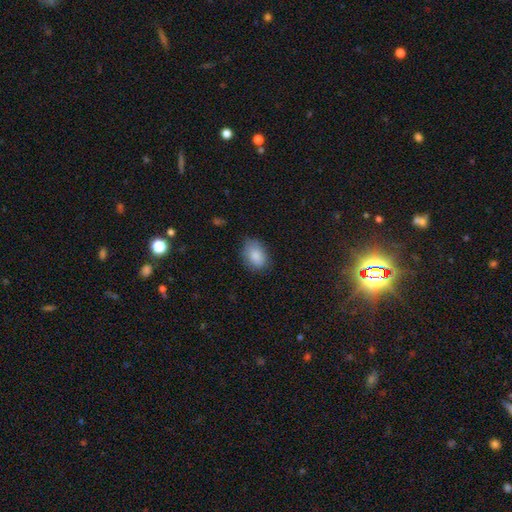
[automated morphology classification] Overall: smooth (87%). How rounded: in between (83%). Merging: none (76%).